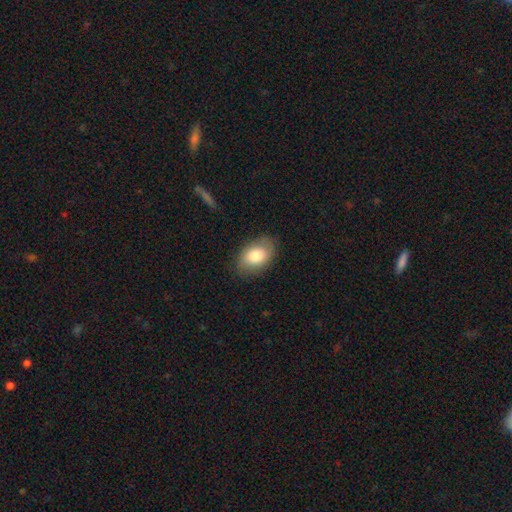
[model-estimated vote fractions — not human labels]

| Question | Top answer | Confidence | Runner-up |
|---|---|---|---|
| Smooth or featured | smooth | 81% | featured or disk (12%) |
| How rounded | in between | 87% | round (12%) |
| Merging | none | 83% | minor disturbance (13%) |